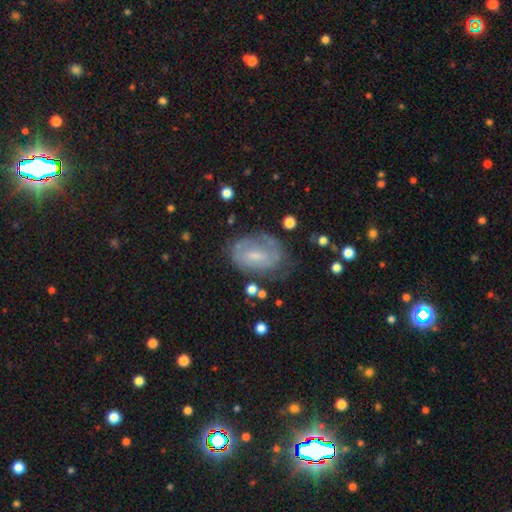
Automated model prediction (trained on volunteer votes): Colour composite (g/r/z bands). It shows a featured or disk galaxy (55%) with a weak bar (50%), spiral arms (64%) and a small central bulge (53%). Merging: none (55%).